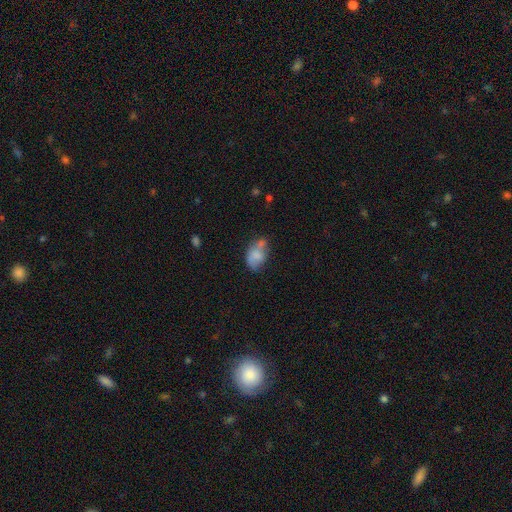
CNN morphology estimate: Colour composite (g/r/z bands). It shows a smooth galaxy with no disk features (69%) that is in between round and cigar-shaped (83%). Merging: none (35%).